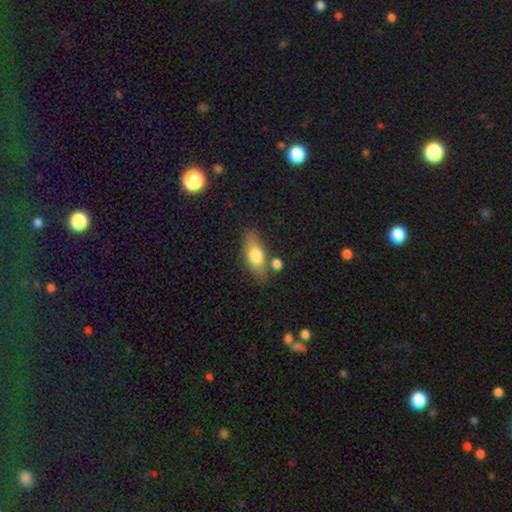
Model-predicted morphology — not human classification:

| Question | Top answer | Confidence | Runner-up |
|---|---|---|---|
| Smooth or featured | smooth | 70% | featured or disk (23%) |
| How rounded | in between | 72% | cigar-shaped (23%) |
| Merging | none | 71% | minor disturbance (14%) |